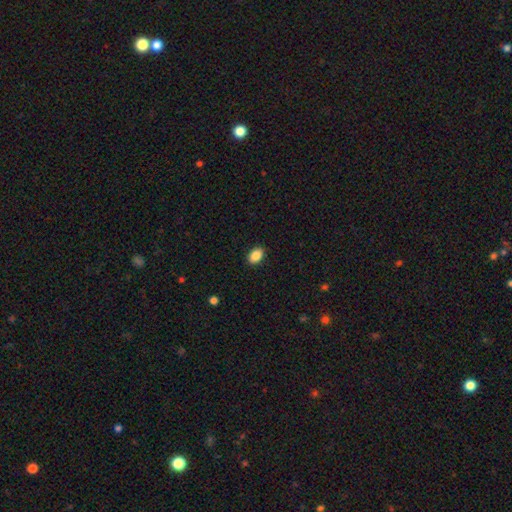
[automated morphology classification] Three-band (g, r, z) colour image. It shows a smooth galaxy with no disk features (88%) that is in between round and cigar-shaped (86%). Merging: none (90%).